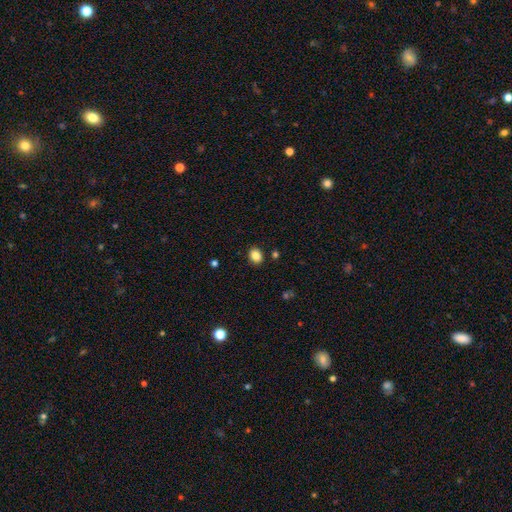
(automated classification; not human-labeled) Smooth or featured: smooth — 85% (star or artifact — 10%)
How rounded: in between — 60% (round — 39%)
Merging: none — 87% (minor disturbance — 8%)